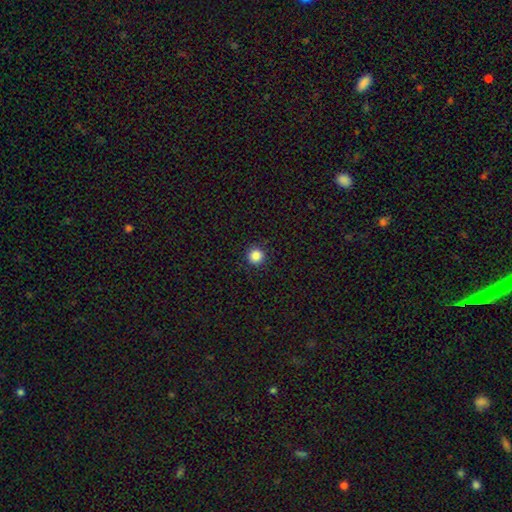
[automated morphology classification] The model was most divided on "smooth or featured": smooth: 86%, star or artifact: 11%, featured or disk: 3%. More confident: how rounded — round (96%); merging — none (92%).